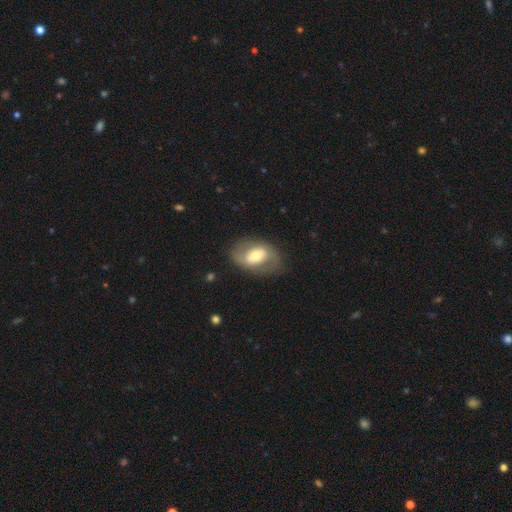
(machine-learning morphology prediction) Smooth or featured: featured or disk — 56% (smooth — 38%)
Edge-on disk: no — 94% (yes — 6%)
Bar: weak — 38% (no — 33%)
Spiral arms: yes — 60% (no — 40%)
Bulge size: moderate — 58% (small — 20%)
Merging: none — 73% (minor disturbance — 16%)